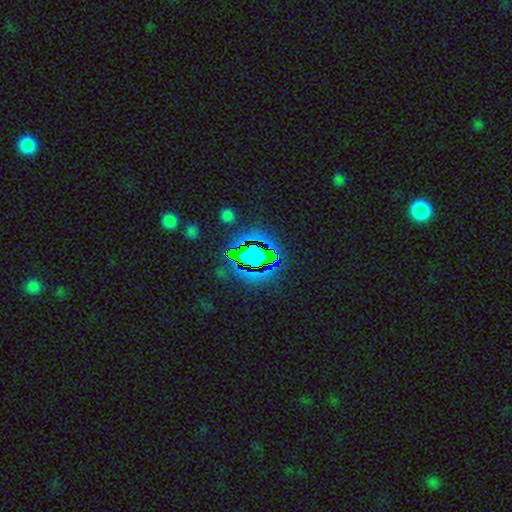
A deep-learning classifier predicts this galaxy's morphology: star or artifact 79%, smooth 12%, featured or disk 9%.